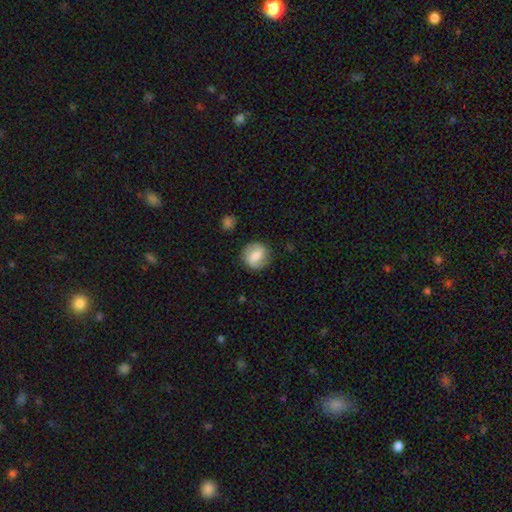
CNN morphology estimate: Overall: featured or disk (51%; smooth 43%). Edge-on disk: no (97%). Merging: none (85%).